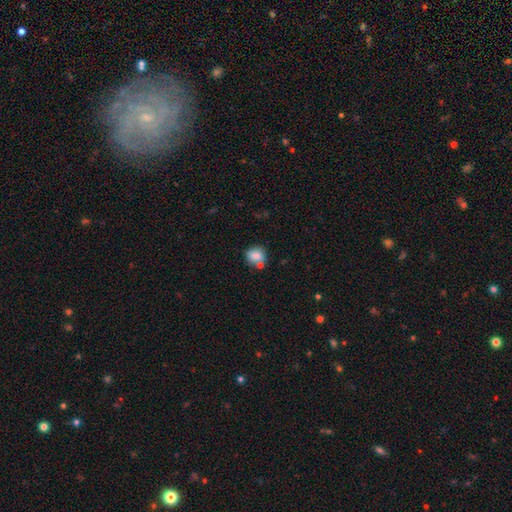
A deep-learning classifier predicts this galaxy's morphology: Smooth or featured?
  - smooth: 81% *
  - featured or disk: 10%
  - star or artifact: 9%
How rounded?
  - round: 73% *
  - in between: 26%
  - cigar-shaped: 1%
Merging?
  - none: 60% *
  - merger: 20%
  - minor disturbance: 15%
  - major disturbance: 4%